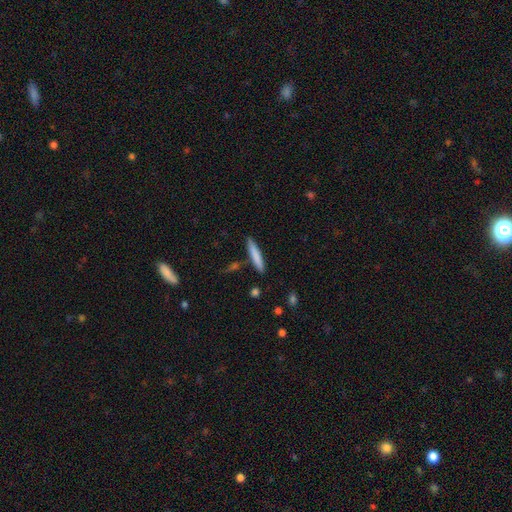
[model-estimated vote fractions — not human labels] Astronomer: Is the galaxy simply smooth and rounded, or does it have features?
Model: smooth — 79%.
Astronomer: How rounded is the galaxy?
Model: cigar-shaped — 92%.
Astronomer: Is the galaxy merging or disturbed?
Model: none — 85%.